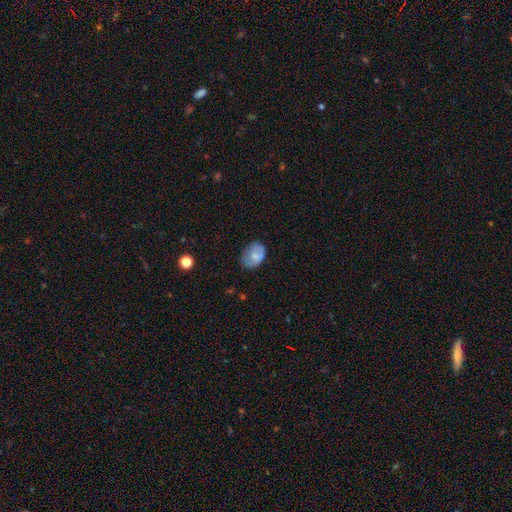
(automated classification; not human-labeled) Overall: smooth (68%). How rounded: in between (75%). Merging: none (61%; minor disturbance 27%).